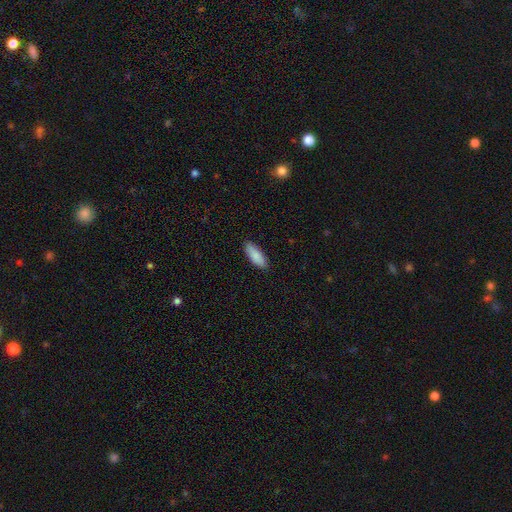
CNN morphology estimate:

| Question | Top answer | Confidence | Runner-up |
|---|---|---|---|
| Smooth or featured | smooth | 89% | star or artifact (6%) |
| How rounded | in between | 74% | cigar-shaped (25%) |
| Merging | none | 88% | minor disturbance (9%) |